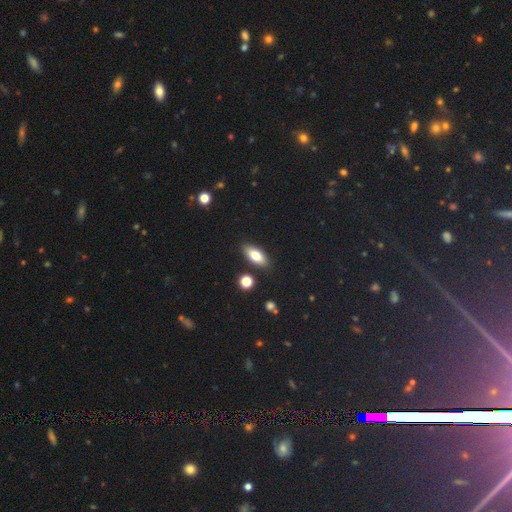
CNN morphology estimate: The model was most divided on "smooth or featured": smooth: 72%, featured or disk: 20%, star or artifact: 8%. More confident: merging — none (86%); how rounded — in between (78%).